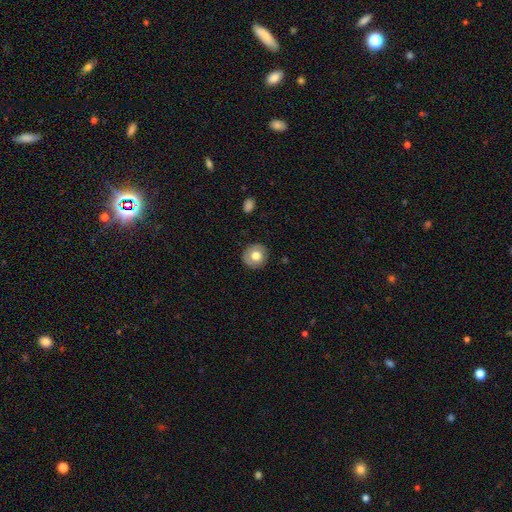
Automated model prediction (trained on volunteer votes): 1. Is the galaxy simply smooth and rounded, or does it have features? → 75% smooth, 16% featured or disk, 8% star or artifact.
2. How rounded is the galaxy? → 92% round, 7% in between, 1% cigar-shaped.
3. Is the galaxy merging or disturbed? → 89% none, 8% minor disturbance, 2% major disturbance, 1% merger.